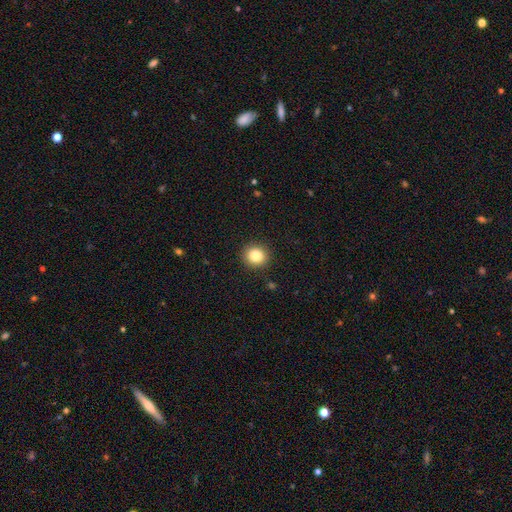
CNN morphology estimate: The model was most divided on "how rounded": round: 86%, in between: 13%, cigar-shaped: 1%. More confident: merging — none (91%); smooth or featured — smooth (84%).